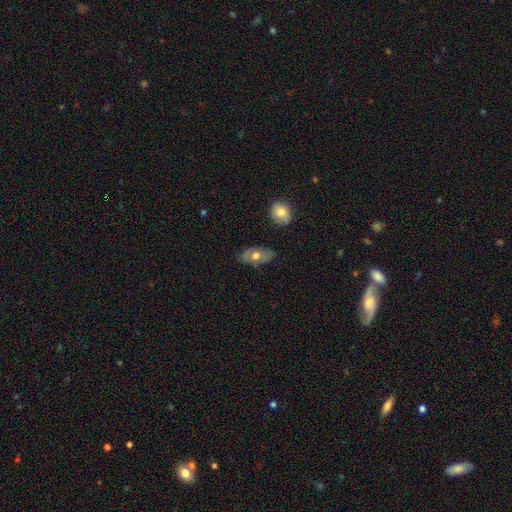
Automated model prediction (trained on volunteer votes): A smooth galaxy with no disk features (57%) that is in between round and cigar-shaped (88%). Merging: none (77%).